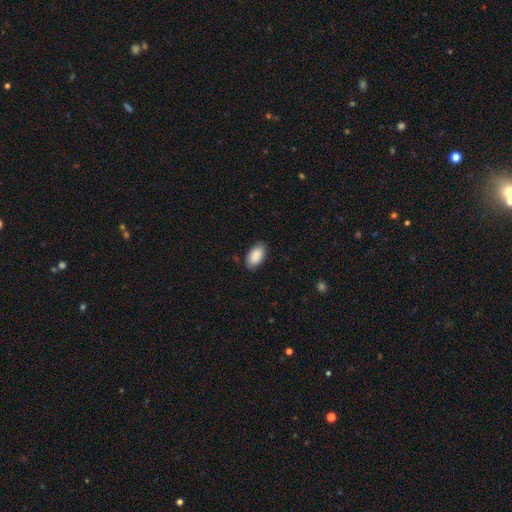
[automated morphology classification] A smooth galaxy with no disk features (90%) that is in between round and cigar-shaped (95%).

Vote fractions:
- Smooth or featured? smooth: 90% / star or artifact: 6% / featured or disk: 4%
- How rounded? in between: 95% / round: 4% / cigar-shaped: 2%
- Merging? none: 85% / minor disturbance: 12% / major disturbance: 2% / merger: 1%